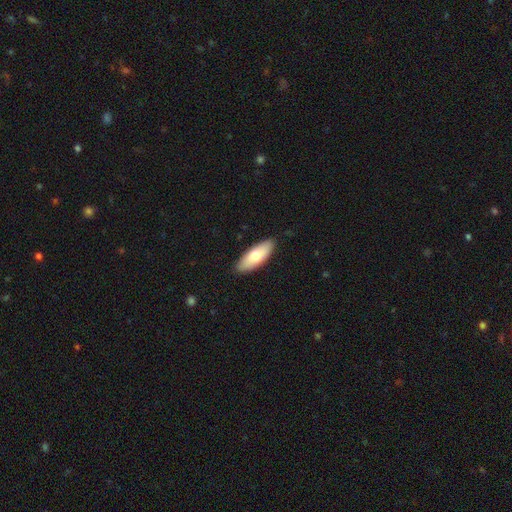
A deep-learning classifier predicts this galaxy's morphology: smooth-or-featured: smooth: 73% | featured or disk: 22% | star or artifact: 5%
  how-rounded: in between: 74% | cigar-shaped: 24% | round: 2%
  merging: none: 88% | minor disturbance: 9% | major disturbance: 2% | merger: 1%